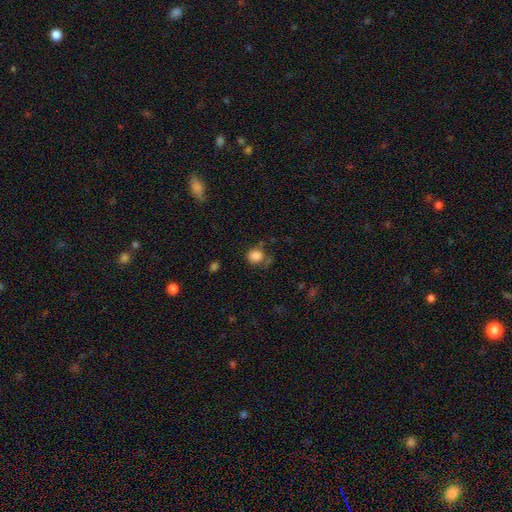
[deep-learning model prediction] The model was most divided on "merging": none: 61%, minor disturbance: 23%, major disturbance: 11%, merger: 5%. More confident: smooth or featured — smooth (84%); how rounded — round (77%).